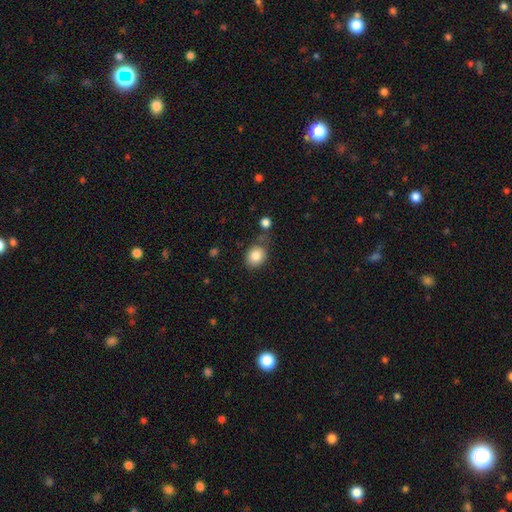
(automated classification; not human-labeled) smooth 83%, star or artifact 9%, featured or disk 8%. Down the decision tree: how rounded — round (55%); merging — none (67%).